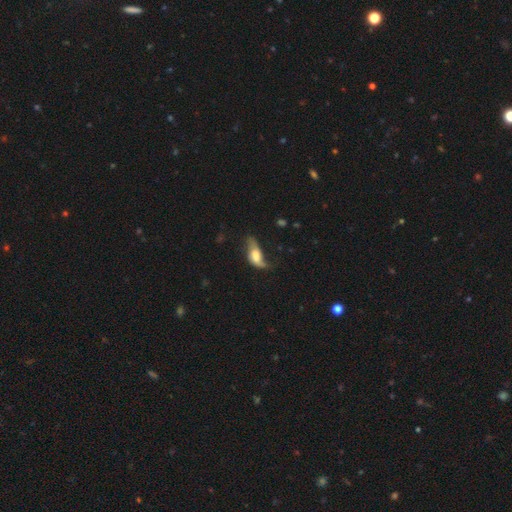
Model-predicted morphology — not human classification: The model was most divided on "smooth or featured": smooth: 47%, featured or disk: 45%, star or artifact: 8%. Remaining: merging — none (34%).